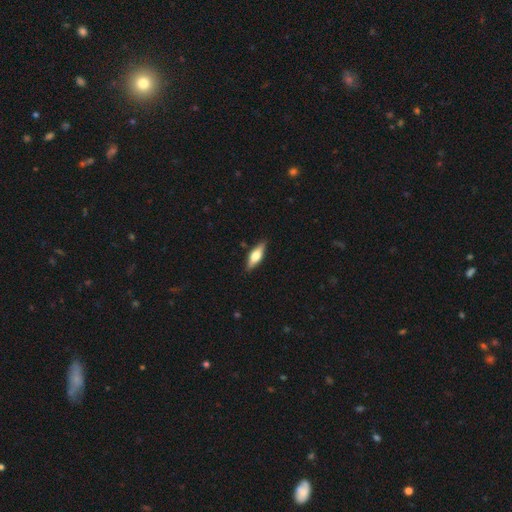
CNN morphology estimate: A smooth galaxy with no disk features (50%) that is in between round and cigar-shaped (55%).

Vote fractions:
- Smooth or featured? smooth: 50% / featured or disk: 43% / star or artifact: 6%
- How rounded? in between: 55% / cigar-shaped: 43% / round: 3%
- Merging? none: 87% / minor disturbance: 10% / major disturbance: 2% / merger: 1%